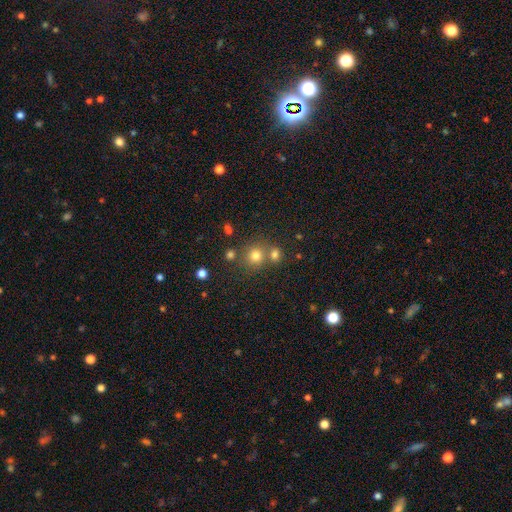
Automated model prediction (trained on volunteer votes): A smooth galaxy with no disk features (75%) that is round (86%).

Vote fractions:
- Smooth or featured? smooth: 75% / star or artifact: 16% / featured or disk: 9%
- How rounded? round: 86% / in between: 13% / cigar-shaped: 1%
- Merging? none: 62% / merger: 26% / minor disturbance: 8% / major disturbance: 3%